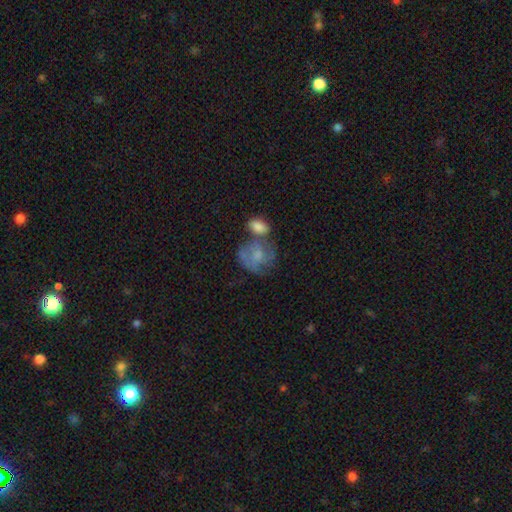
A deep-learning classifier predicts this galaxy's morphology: type=smooth (49%); merging=none (35%).